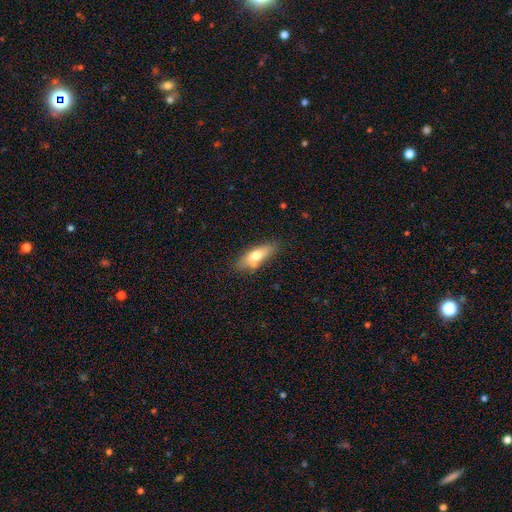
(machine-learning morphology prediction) Smooth or featured?
  - smooth: 65% *
  - featured or disk: 28%
  - star or artifact: 7%
How rounded?
  - in between: 61% *
  - cigar-shaped: 36%
  - round: 3%
Merging?
  - none: 68% *
  - minor disturbance: 21%
  - merger: 6%
  - major disturbance: 5%